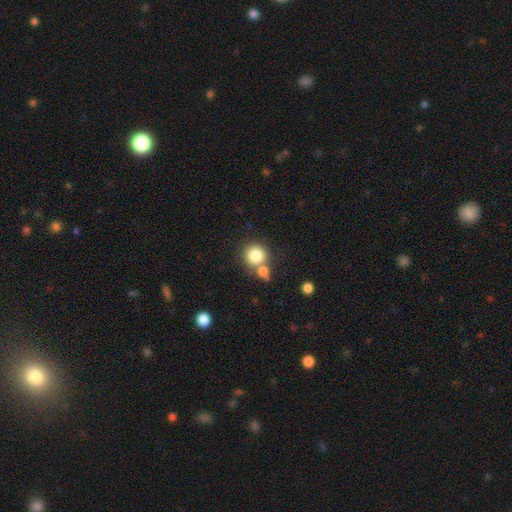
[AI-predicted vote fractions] Morphology: type=smooth (81%); roundness=round (90%); merging=none (60%).